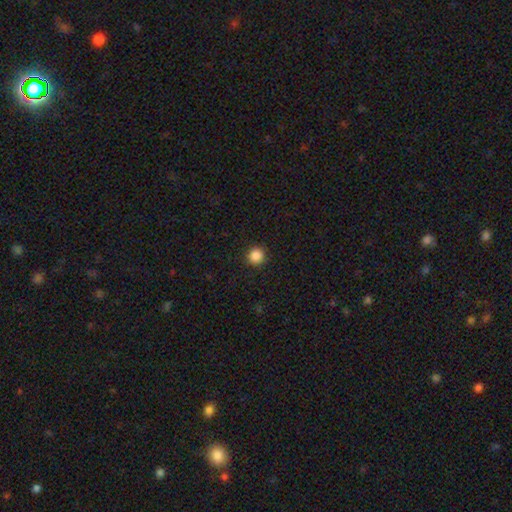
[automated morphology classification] The model was most divided on "smooth or featured": smooth: 87%, star or artifact: 10%, featured or disk: 3%. More confident: how rounded — round (94%); merging — none (92%).